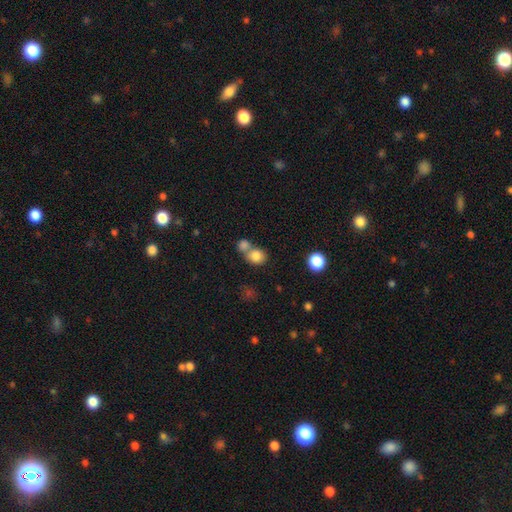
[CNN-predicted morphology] Q: Smooth or featured?
A: smooth (82%); runner-up: star or artifact (10%)
Q: How rounded?
A: round (71%); runner-up: in between (28%)
Q: Merging?
A: merger (49%); runner-up: none (40%)